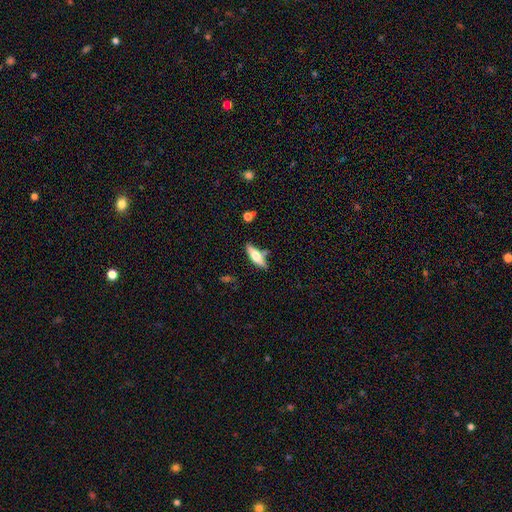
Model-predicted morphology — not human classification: smooth-or-featured: smooth: 53% | featured or disk: 41% | star or artifact: 7%
  how-rounded: cigar-shaped: 52% | in between: 45% | round: 2%
  merging: none: 70% | minor disturbance: 17% | merger: 9% | major disturbance: 5%